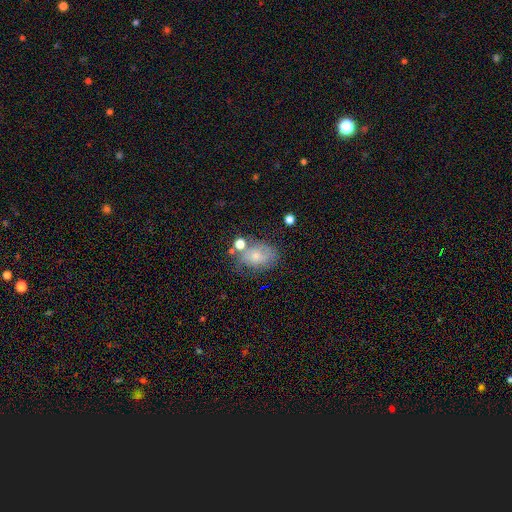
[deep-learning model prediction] smooth 58%, featured or disk 30%, star or artifact 12%. Down the decision tree: how rounded — in between (73%); merging — none (51%).